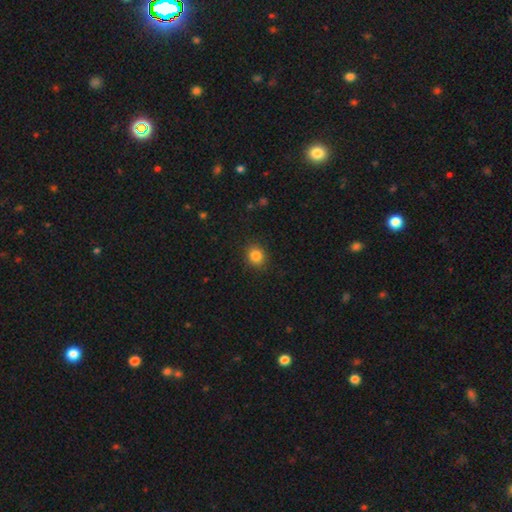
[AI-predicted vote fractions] This is clearly a smooth galaxy (85%). How rounded: likely round (75%). Merging: clearly none (88%).